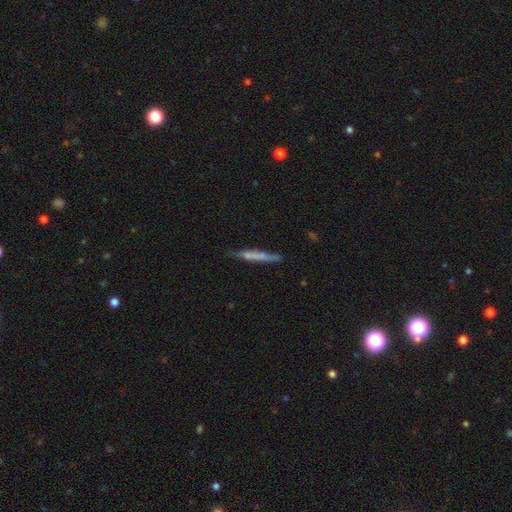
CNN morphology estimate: type=smooth (54%); roundness=cigar-shaped (95%); merging=none (77%).